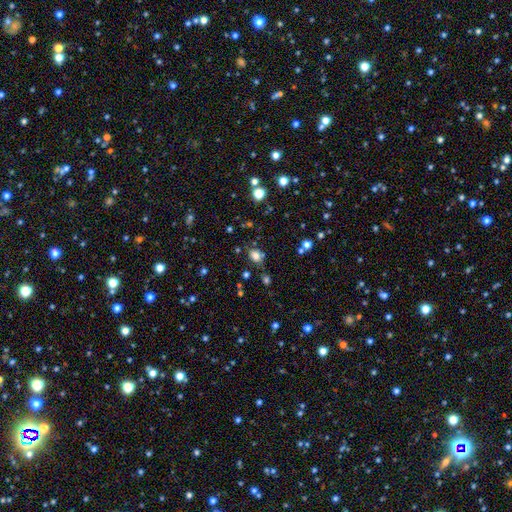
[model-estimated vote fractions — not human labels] Q: Smooth or featured?
A: smooth (77%); runner-up: star or artifact (16%)
Q: How rounded?
A: in between (63%); runner-up: round (36%)
Q: Merging?
A: none (74%); runner-up: minor disturbance (15%)